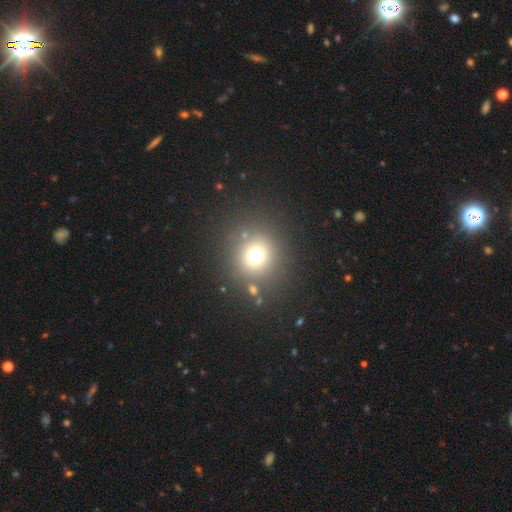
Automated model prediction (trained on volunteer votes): Smooth or featured? smooth (69%)
How rounded? round (91%)
Merging? none (80%)